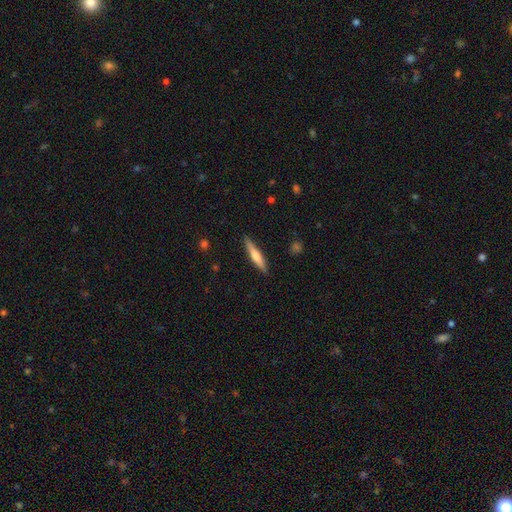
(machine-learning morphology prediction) The model was most divided on "smooth or featured": smooth: 54%, featured or disk: 40%, star or artifact: 6%. More confident: how rounded — cigar-shaped (90%); merging — none (89%).